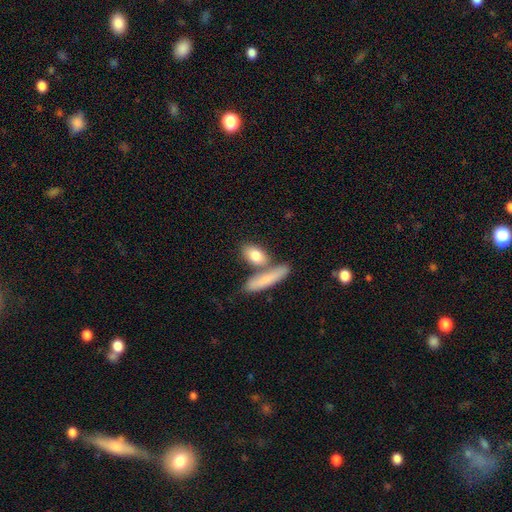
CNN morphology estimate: Smooth or featured: smooth — 80% (featured or disk — 15%)
How rounded: in between — 70% (cigar-shaped — 22%)
Merging: none — 57% (merger — 27%)